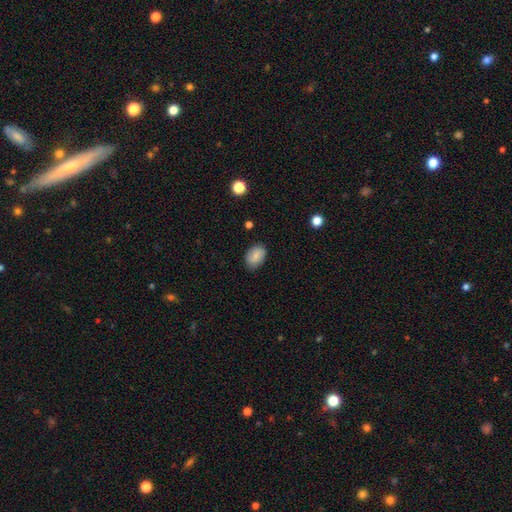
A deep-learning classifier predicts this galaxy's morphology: smooth 78%, featured or disk 14%, star or artifact 8%. Down the decision tree: how rounded — in between (81%); merging — none (80%).